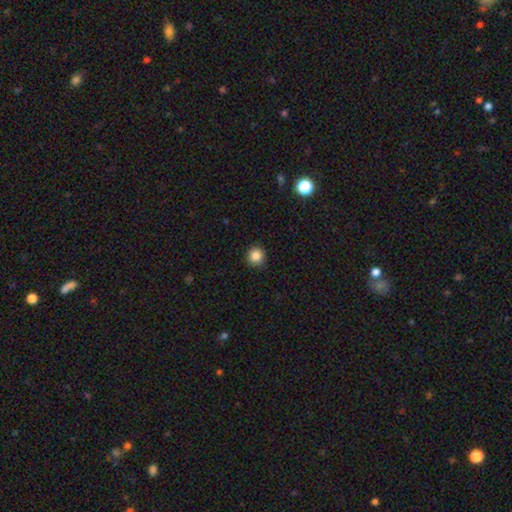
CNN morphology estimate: Smooth or featured: smooth — 86% (star or artifact — 11%)
How rounded: round — 92% (in between — 7%)
Merging: none — 89% (minor disturbance — 8%)